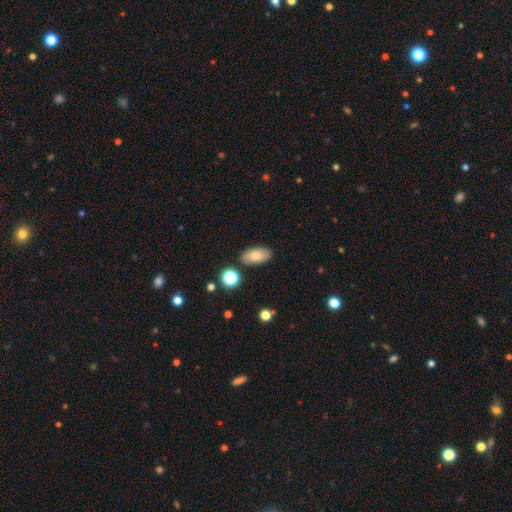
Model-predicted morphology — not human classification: Smooth or featured?
  - smooth: 78% *
  - featured or disk: 14%
  - star or artifact: 8%
How rounded?
  - in between: 91% *
  - round: 5%
  - cigar-shaped: 4%
Merging?
  - none: 84% *
  - minor disturbance: 10%
  - merger: 3%
  - major disturbance: 2%